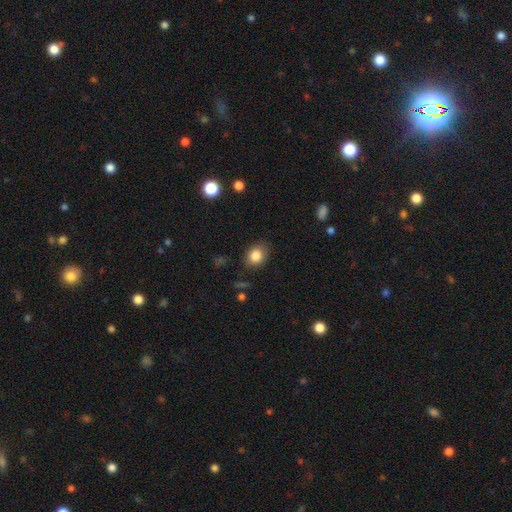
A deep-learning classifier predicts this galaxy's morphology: Smooth or featured? Predicted: smooth (p=0.83). How rounded? Predicted: round (p=0.50). Merging? Predicted: none (p=0.82).